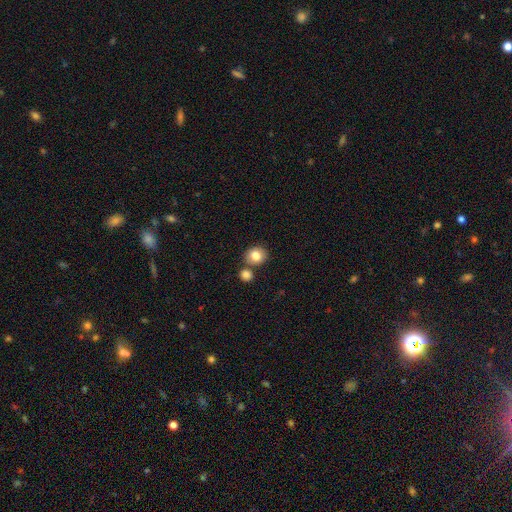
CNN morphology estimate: Smooth or featured: smooth — 81% (star or artifact — 9%)
How rounded: round — 78% (in between — 22%)
Merging: none — 68% (merger — 20%)